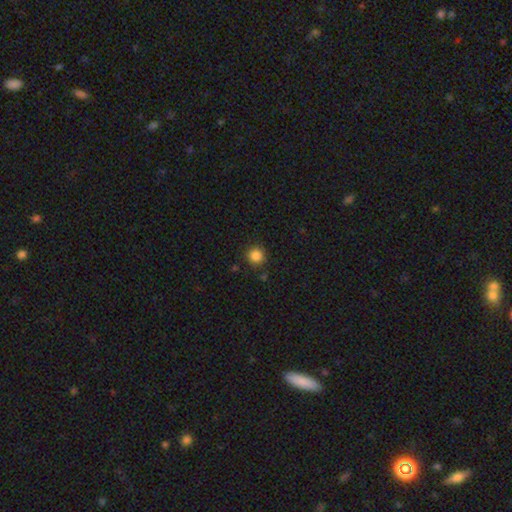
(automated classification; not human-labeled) Smooth or featured: smooth — 85% (star or artifact — 11%)
How rounded: round — 93% (in between — 6%)
Merging: none — 88% (minor disturbance — 8%)